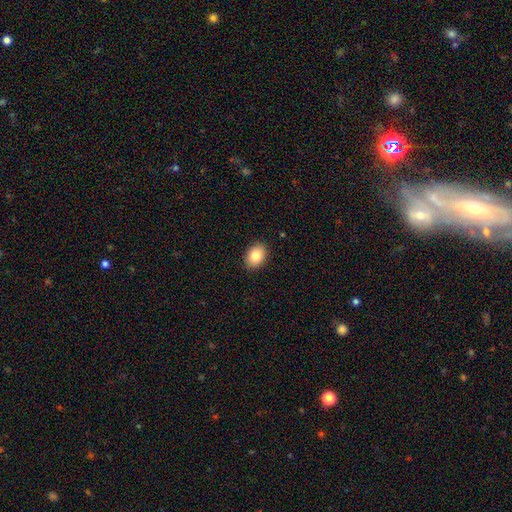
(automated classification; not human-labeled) Q: Smooth or featured?
A: smooth (84%); runner-up: star or artifact (8%)
Q: How rounded?
A: in between (71%); runner-up: round (28%)
Q: Merging?
A: none (89%); runner-up: minor disturbance (8%)